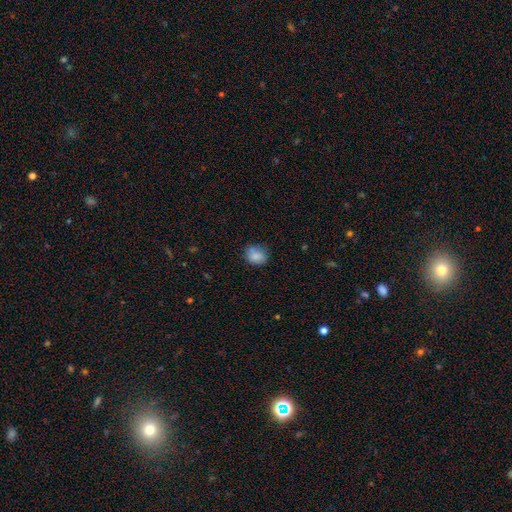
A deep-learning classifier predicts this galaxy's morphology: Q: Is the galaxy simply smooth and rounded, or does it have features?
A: smooth — 84%.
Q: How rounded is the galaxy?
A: round — 58%.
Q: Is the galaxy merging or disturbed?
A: none — 71%.